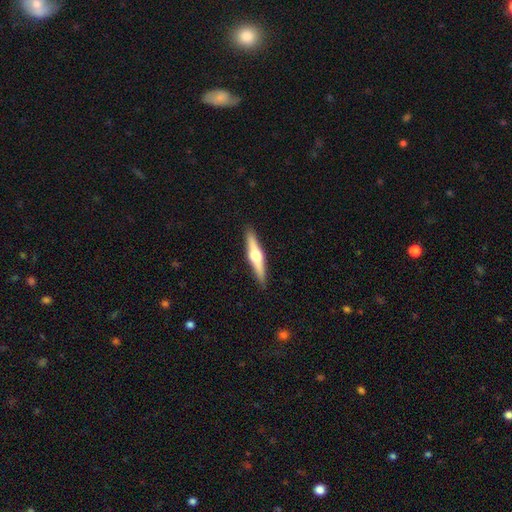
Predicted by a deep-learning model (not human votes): Q: Smooth or featured?
A: featured or disk (65%); runner-up: smooth (29%)
Q: Edge-on disk?
A: yes (97%); runner-up: no (3%)
Q: Edge-on bulge?
A: rounded (94%); runner-up: boxy (4%)
Q: Merging?
A: none (90%); runner-up: minor disturbance (7%)